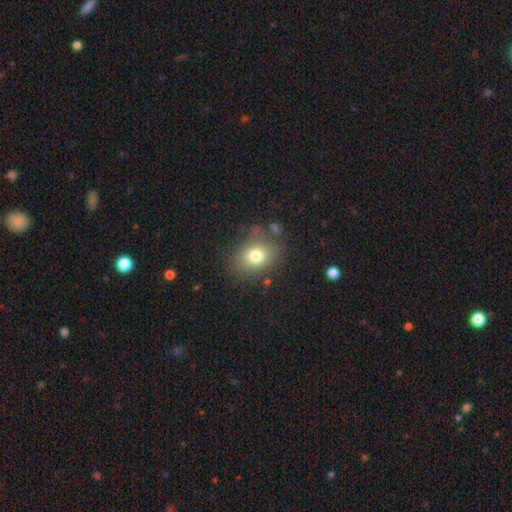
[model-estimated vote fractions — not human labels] smooth-or-featured: smooth: 76% | featured or disk: 13% | star or artifact: 12%
  how-rounded: in between: 50% | round: 49% | cigar-shaped: 1%
  merging: none: 71% | minor disturbance: 17% | major disturbance: 8% | merger: 4%